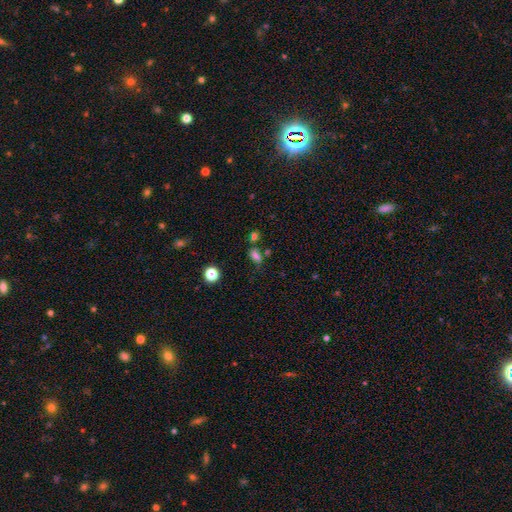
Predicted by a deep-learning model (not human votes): Smooth or featured? smooth (71%)
How rounded? in between (76%)
Merging? none (54%)